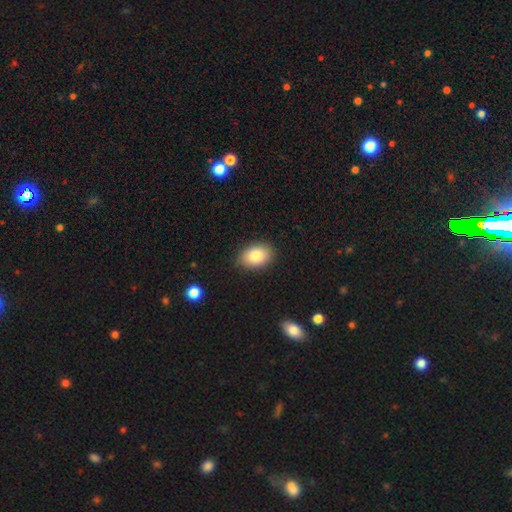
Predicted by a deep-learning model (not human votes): Q: Smooth or featured?
A: smooth (83%); runner-up: featured or disk (9%)
Q: How rounded?
A: in between (85%); runner-up: round (14%)
Q: Merging?
A: none (84%); runner-up: minor disturbance (12%)